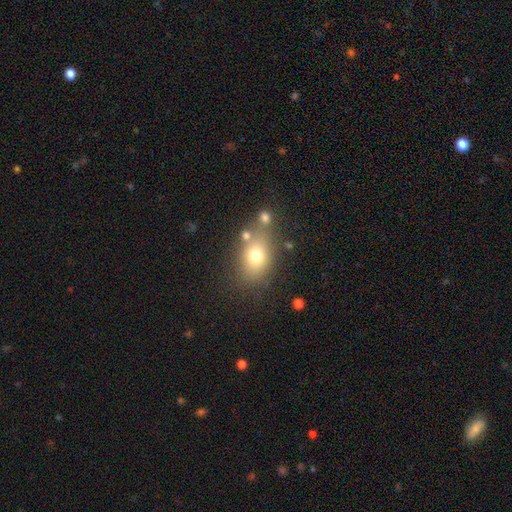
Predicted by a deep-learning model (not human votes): smooth 72%, featured or disk 16%, star or artifact 12%. Down the decision tree: how rounded — in between (73%); merging — none (66%).